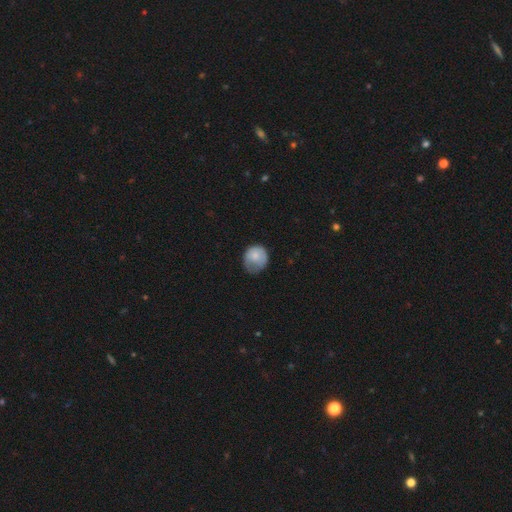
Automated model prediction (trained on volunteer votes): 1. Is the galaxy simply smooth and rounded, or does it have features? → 75% smooth, 17% featured or disk, 7% star or artifact.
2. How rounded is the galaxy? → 76% round, 23% in between, 1% cigar-shaped.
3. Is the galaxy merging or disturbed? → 42% none, 37% minor disturbance, 20% major disturbance, 1% merger.